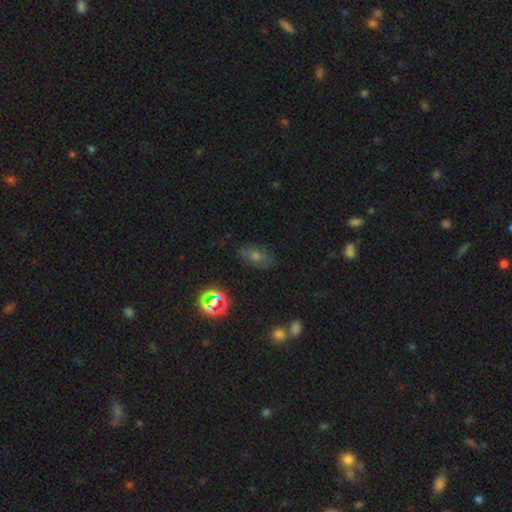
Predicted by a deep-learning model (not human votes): smooth-or-featured: smooth: 57% | star or artifact: 25% | featured or disk: 19%
  how-rounded: in between: 81% | round: 13% | cigar-shaped: 6%
  merging: none: 80% | minor disturbance: 14% | major disturbance: 4% | merger: 2%